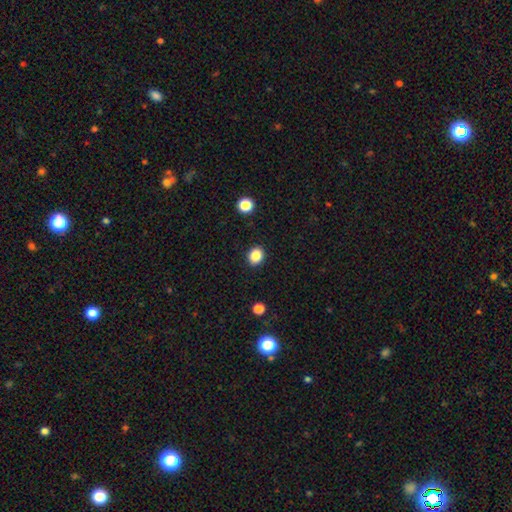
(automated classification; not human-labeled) smooth_or_featured: smooth (p=0.86) [alt: star or artifact p=0.11]
how_rounded: round (p=0.63) [alt: in between p=0.36]
merging: none (p=0.90) [alt: minor disturbance p=0.07]